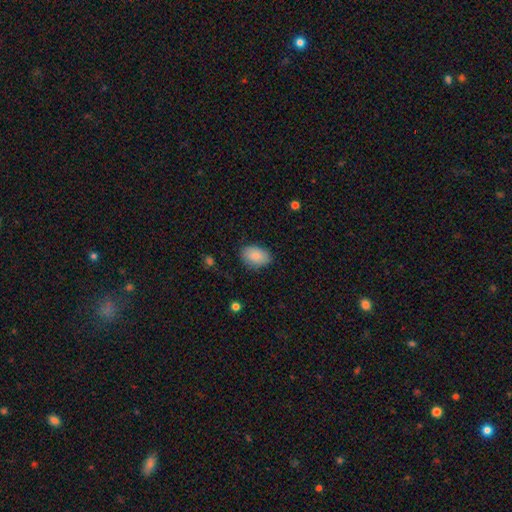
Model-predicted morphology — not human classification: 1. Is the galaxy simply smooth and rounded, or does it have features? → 86% smooth, 7% featured or disk, 7% star or artifact.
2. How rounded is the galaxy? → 89% in between, 10% round, 1% cigar-shaped.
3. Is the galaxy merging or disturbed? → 82% none, 14% minor disturbance, 3% major disturbance, 1% merger.